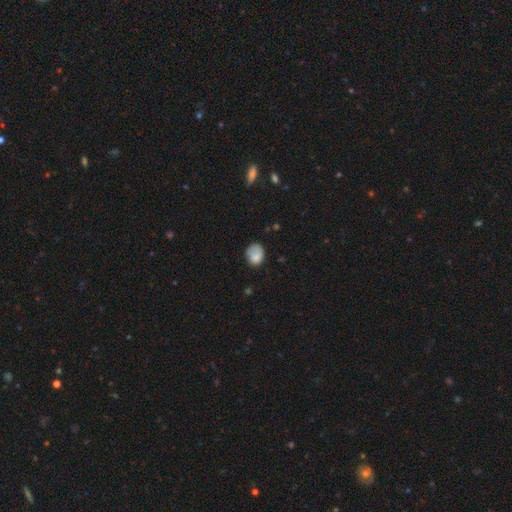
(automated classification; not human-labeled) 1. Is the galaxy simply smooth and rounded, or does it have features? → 74% smooth, 17% featured or disk, 9% star or artifact.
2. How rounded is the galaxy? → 52% in between, 47% round, 1% cigar-shaped.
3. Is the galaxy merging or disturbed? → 48% none, 30% minor disturbance, 18% major disturbance, 5% merger.